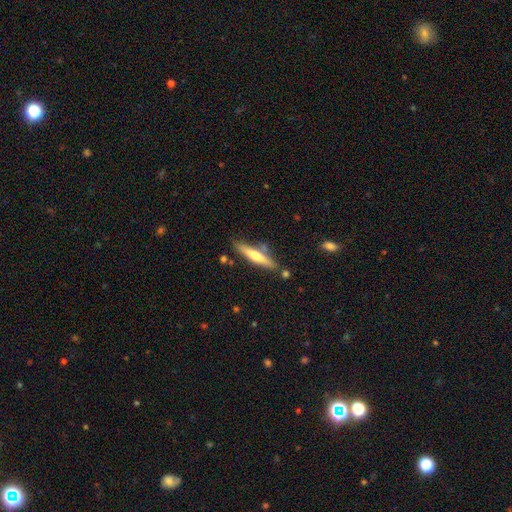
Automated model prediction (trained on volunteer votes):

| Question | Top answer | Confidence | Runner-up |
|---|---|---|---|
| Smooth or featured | smooth | 47% | tied: featured or disk (47%) |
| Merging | none | 77% | minor disturbance (13%) |